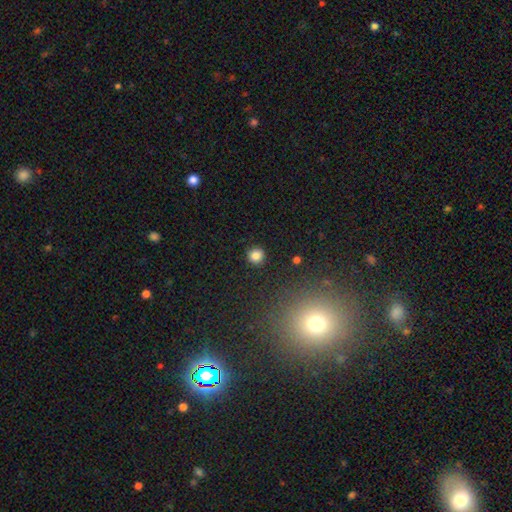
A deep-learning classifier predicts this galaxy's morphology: Smooth or featured: smooth — 84% (star or artifact — 12%)
How rounded: round — 93% (in between — 6%)
Merging: none — 91% (minor disturbance — 5%)